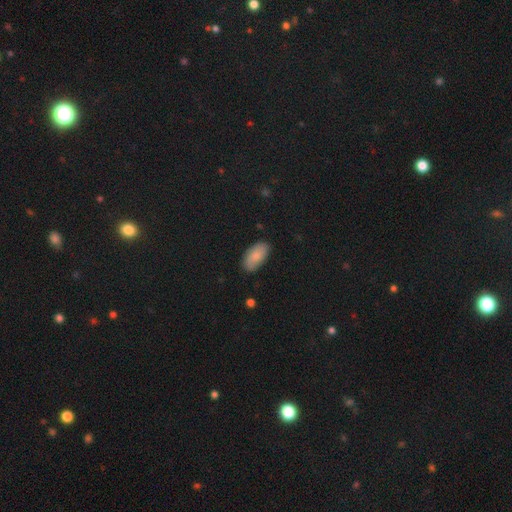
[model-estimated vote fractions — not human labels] Morphology: type=smooth (84%); roundness=in between (95%); merging=none (83%).